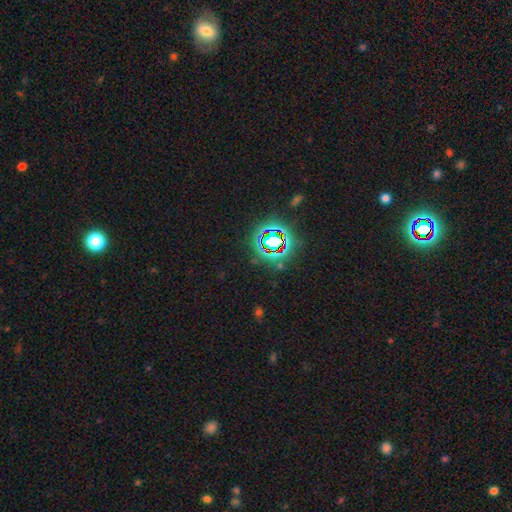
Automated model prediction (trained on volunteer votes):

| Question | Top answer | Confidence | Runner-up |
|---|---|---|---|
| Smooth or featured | star or artifact | 79% | smooth (12%) |